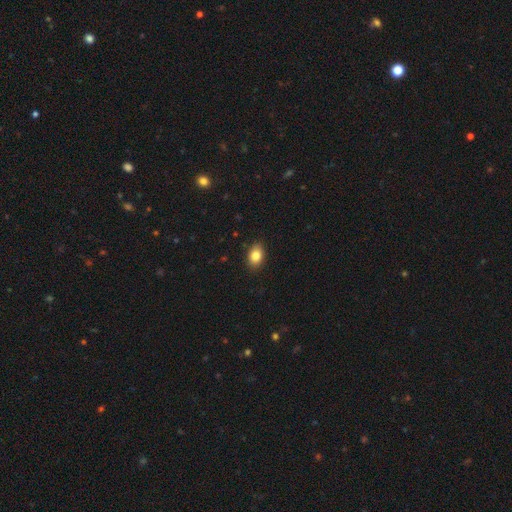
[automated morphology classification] type=smooth (85%); roundness=in between (80%); merging=none (87%).